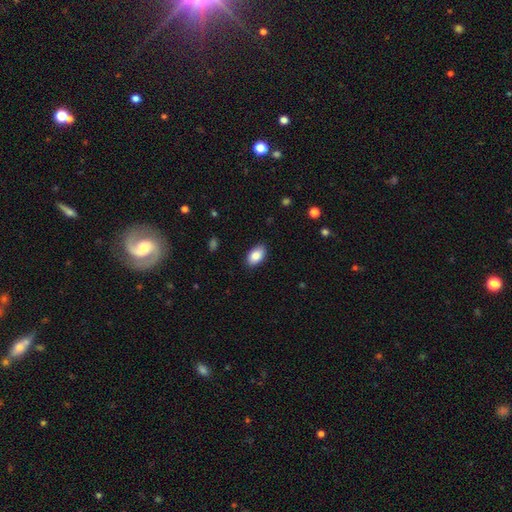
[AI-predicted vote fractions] Smooth or featured: smooth — 87% (star or artifact — 7%)
How rounded: in between — 93% (round — 5%)
Merging: none — 87% (minor disturbance — 10%)